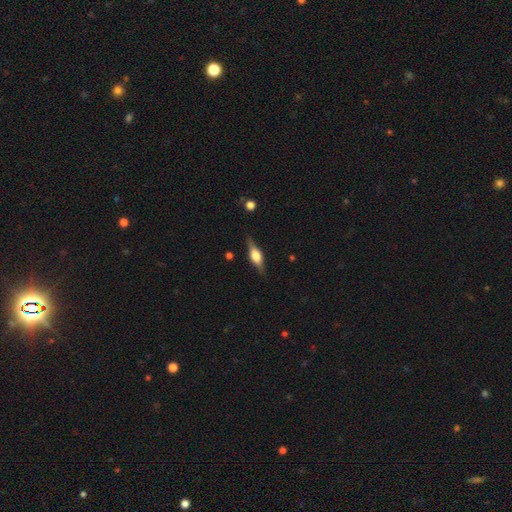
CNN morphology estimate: Smooth or featured? Predicted: featured or disk (p=0.63). Edge-on disk? Predicted: yes (p=0.95). Edge-on bulge? Predicted: rounded (p=0.85). Merging? Predicted: none (p=0.83).